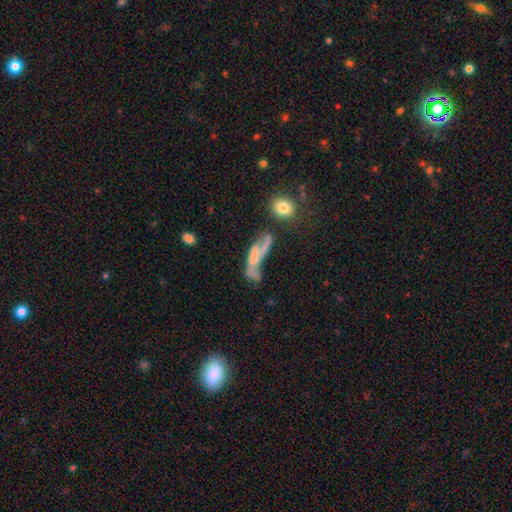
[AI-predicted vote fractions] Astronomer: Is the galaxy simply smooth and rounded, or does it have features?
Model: featured or disk — 46% (runner-up: smooth, 40%).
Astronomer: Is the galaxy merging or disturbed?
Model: major disturbance — 32% (runner-up: merger, 30%).